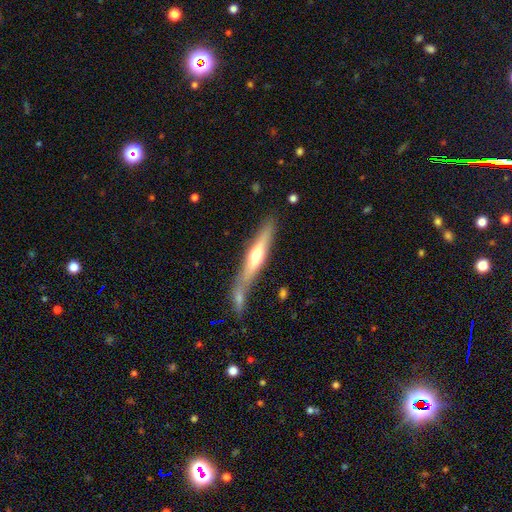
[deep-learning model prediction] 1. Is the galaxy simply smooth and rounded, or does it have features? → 54% featured or disk, 41% smooth, 6% star or artifact.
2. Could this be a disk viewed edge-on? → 91% yes, 9% no.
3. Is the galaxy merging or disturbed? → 60% none, 22% merger, 14% minor disturbance, 4% major disturbance.